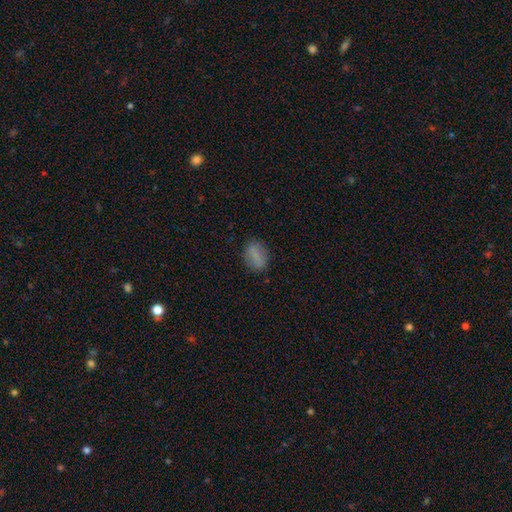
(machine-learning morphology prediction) smooth-or-featured: smooth: 77% | featured or disk: 13% | star or artifact: 10%
  how-rounded: in between: 71% | round: 24% | cigar-shaped: 4%
  merging: none: 82% | minor disturbance: 13% | major disturbance: 4% | merger: 2%